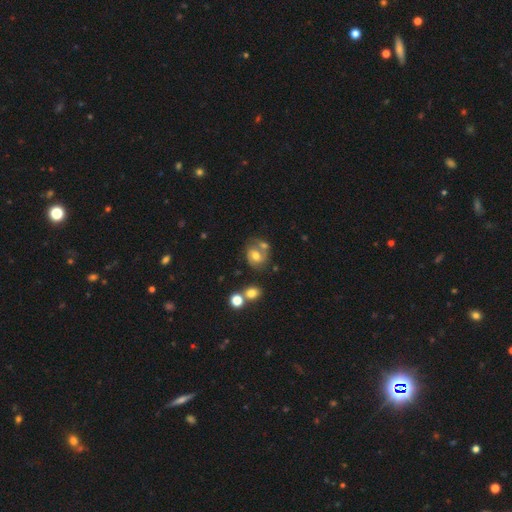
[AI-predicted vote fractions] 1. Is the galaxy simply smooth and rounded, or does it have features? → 45% featured or disk, 43% smooth, 12% star or artifact.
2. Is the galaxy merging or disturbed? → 49% none, 25% merger, 17% minor disturbance, 9% major disturbance.